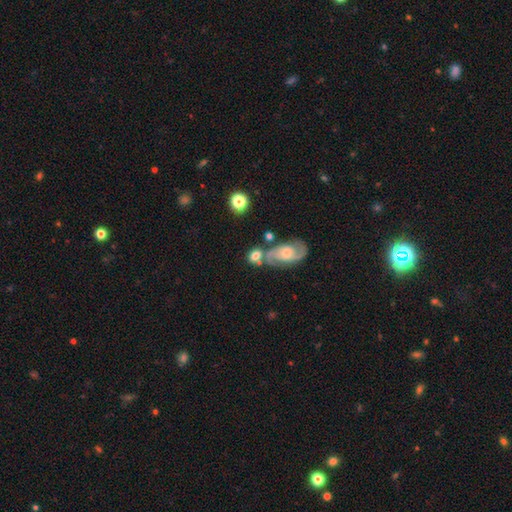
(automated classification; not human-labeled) A smooth galaxy with no disk features (60%) that is round (54%). Merging: none (53%).